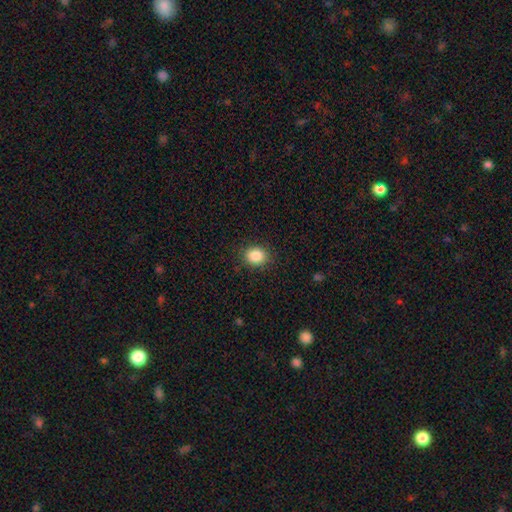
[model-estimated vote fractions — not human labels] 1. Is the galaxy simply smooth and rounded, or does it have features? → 86% smooth, 9% star or artifact, 4% featured or disk.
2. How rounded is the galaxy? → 58% round, 42% in between, 1% cigar-shaped.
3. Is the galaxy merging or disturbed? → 87% none, 9% minor disturbance, 3% major disturbance, 1% merger.